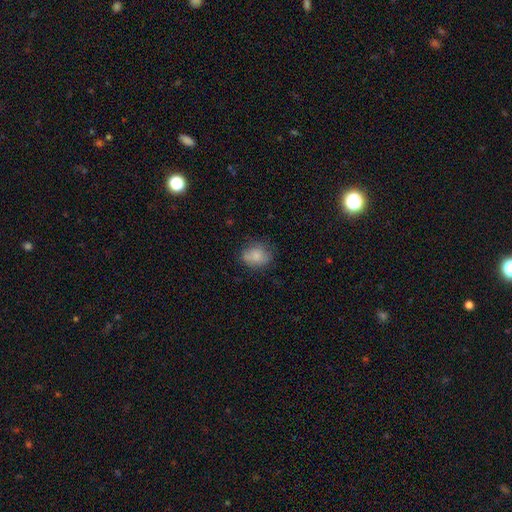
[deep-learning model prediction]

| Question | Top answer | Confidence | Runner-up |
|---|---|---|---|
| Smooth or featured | smooth | 80% | featured or disk (11%) |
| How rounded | round | 51% | in between (48%) |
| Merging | none | 67% | minor disturbance (23%) |